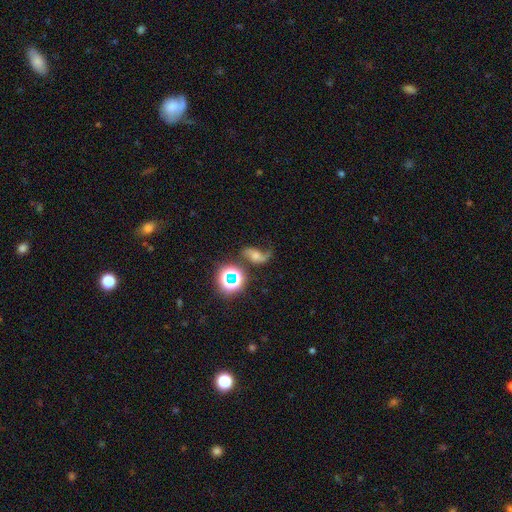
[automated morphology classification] smooth-or-featured: featured or disk: 63% | star or artifact: 19% | smooth: 19%
  disk-edge-on: no: 95% | yes: 5%
    bar: no: 57% | weak: 29% | strong: 14%
    has-spiral-arms: yes: 91% | no: 9%
      spiral-winding: loose: 81% | medium: 15% | tight: 4%
      spiral-arm-count: 2: 78% | 1: 16% | can't tell: 3% | 3: 1% | 4: 1% | more than 4: 1%
    bulge-size: moderate: 47% | small: 30% | large: 11% | none: 9% | dominant: 4%
  merging: none: 51% | minor disturbance: 23% | major disturbance: 20% | merger: 7%